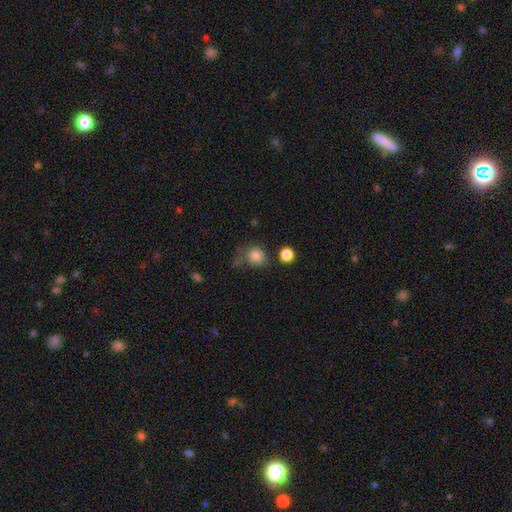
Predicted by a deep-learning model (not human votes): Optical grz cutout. It shows a smooth galaxy with no disk features (82%) that is round (78%). Merging: none (57%).